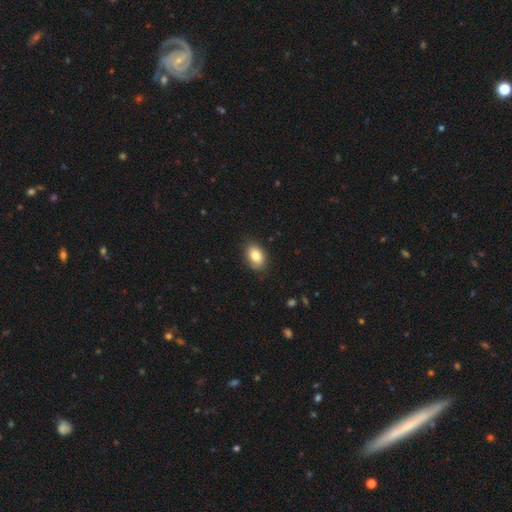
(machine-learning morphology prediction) This is clearly a smooth galaxy (83%). How rounded: clearly in between (83%). Merging: clearly none (83%).